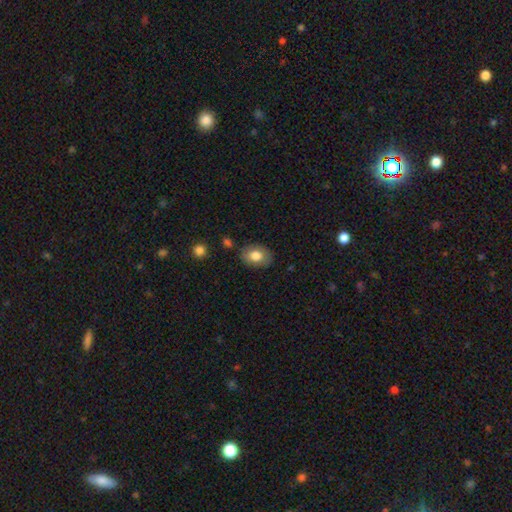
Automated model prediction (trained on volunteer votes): Smooth or featured?
  - smooth: 78% *
  - featured or disk: 15%
  - star or artifact: 7%
How rounded?
  - in between: 77% *
  - round: 22%
  - cigar-shaped: 1%
Merging?
  - none: 81% *
  - minor disturbance: 14%
  - major disturbance: 3%
  - merger: 3%